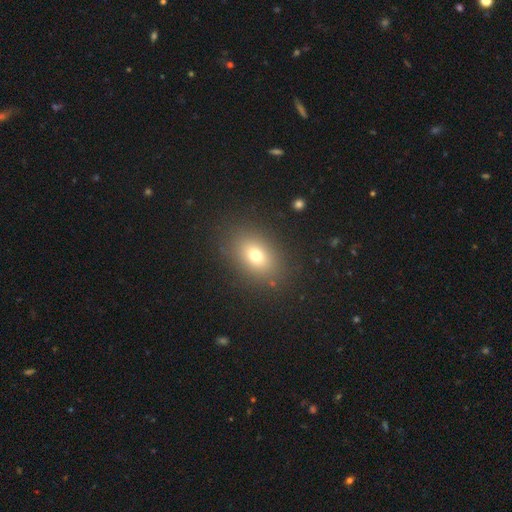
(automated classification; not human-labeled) This is likely a smooth galaxy (73%). How rounded: likely in between (71%). Merging: clearly none (86%).